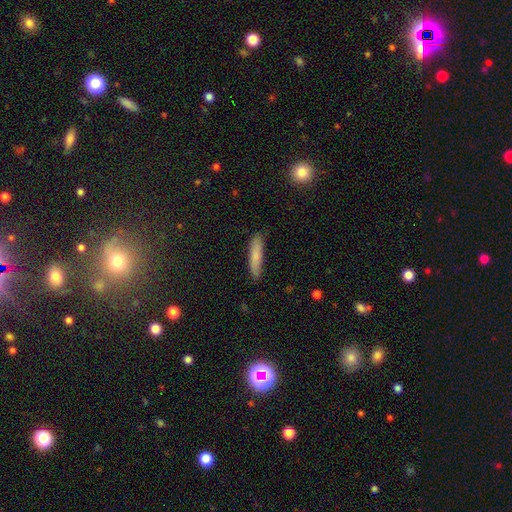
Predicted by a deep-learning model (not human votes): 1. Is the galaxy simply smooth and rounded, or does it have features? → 80% smooth, 14% featured or disk, 6% star or artifact.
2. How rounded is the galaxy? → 85% cigar-shaped, 14% in between, 2% round.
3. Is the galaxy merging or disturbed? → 84% none, 13% minor disturbance, 2% major disturbance, 1% merger.